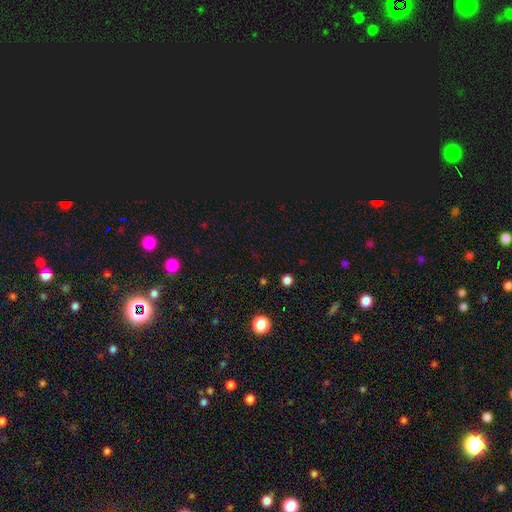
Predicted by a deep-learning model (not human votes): Smooth or featured?
  - star or artifact: 58% *
  - smooth: 36%
  - featured or disk: 6%